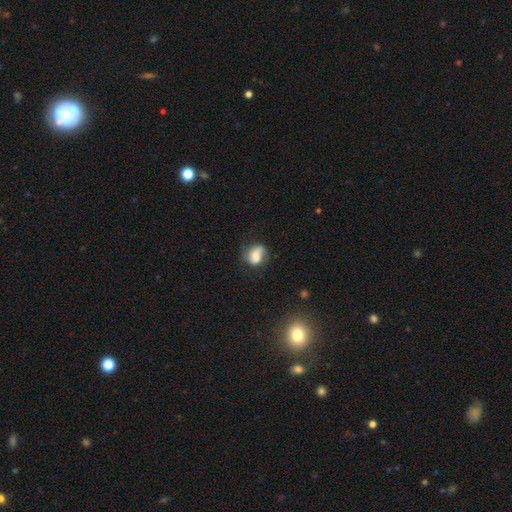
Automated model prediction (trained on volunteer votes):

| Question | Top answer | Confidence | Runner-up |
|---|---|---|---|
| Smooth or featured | smooth | 59% | featured or disk (31%) |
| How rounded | in between | 67% | round (31%) |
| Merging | none | 49% | minor disturbance (30%) |